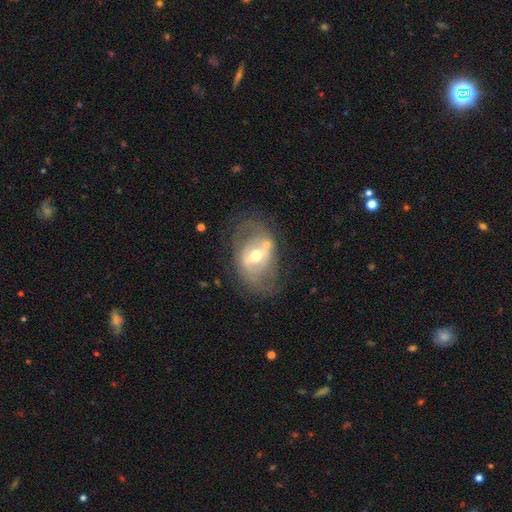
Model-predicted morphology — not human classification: featured or disk 73%, smooth 20%, star or artifact 7%. Down the decision tree: edge-on disk — no (94%); bar — weak (40%); spiral arms — yes (53%); bulge size — moderate (69%); merging — none (61%).